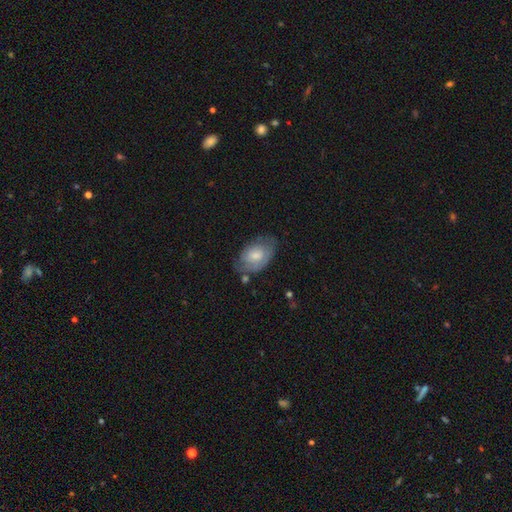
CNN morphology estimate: A smooth galaxy with no disk features (57%) that is in between round and cigar-shaped (88%).

Vote fractions:
- Smooth or featured? smooth: 57% / featured or disk: 37% / star or artifact: 6%
- How rounded? in between: 88% / round: 11% / cigar-shaped: 1%
- Merging? none: 53% / minor disturbance: 31% / major disturbance: 12% / merger: 4%